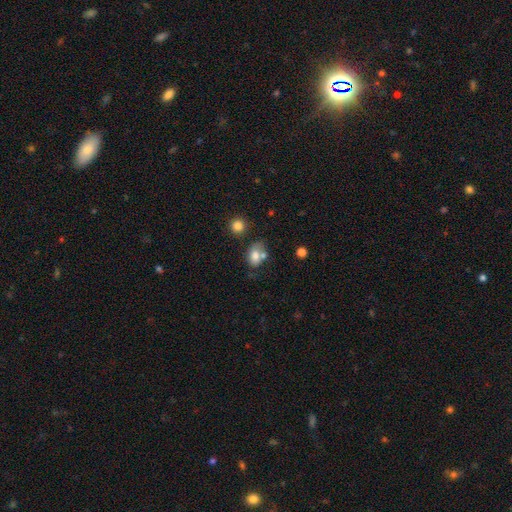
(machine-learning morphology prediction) A smooth galaxy with no disk features (75%) that is in between round and cigar-shaped (72%). Merging: none (37%).